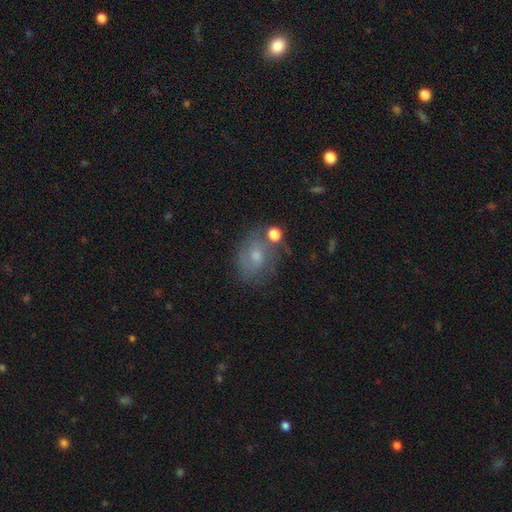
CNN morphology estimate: This is possibly a featured or disk galaxy (47%). Merging: possibly none (57%).